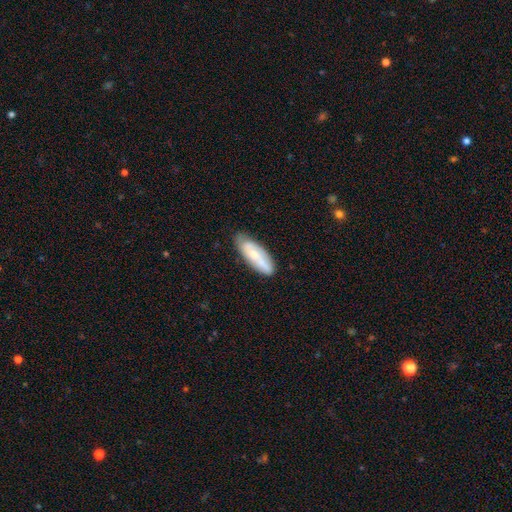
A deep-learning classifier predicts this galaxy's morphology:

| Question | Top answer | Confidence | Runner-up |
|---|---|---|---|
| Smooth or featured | smooth | 53% | featured or disk (41%) |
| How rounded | in between | 60% | cigar-shaped (38%) |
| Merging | none | 73% | minor disturbance (21%) |